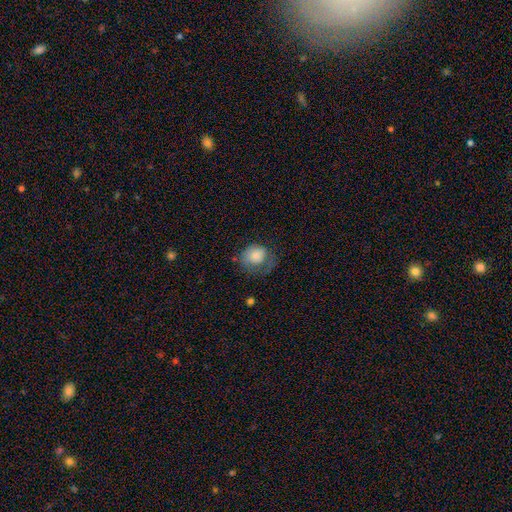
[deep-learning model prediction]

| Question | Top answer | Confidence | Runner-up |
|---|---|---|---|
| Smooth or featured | smooth | 76% | featured or disk (17%) |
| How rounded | round | 67% | in between (32%) |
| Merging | none | 37% | major disturbance (32%) |